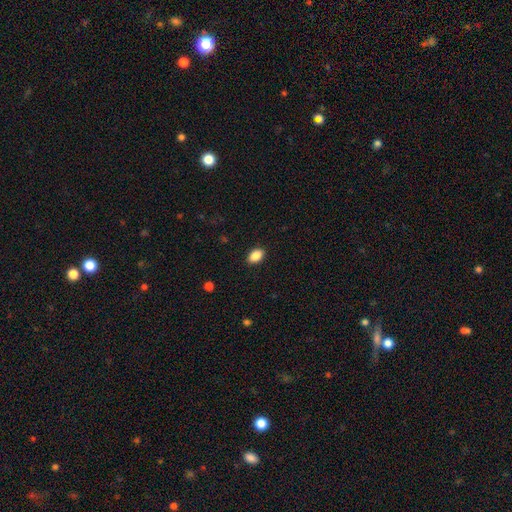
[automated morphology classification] A smooth galaxy with no disk features (88%) that is in between round and cigar-shaped (88%). Merging: none (89%).